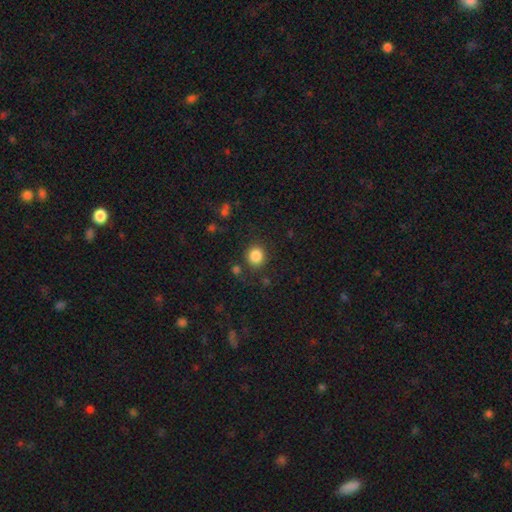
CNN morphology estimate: smooth 85%, star or artifact 11%, featured or disk 4%. Down the decision tree: how rounded — round (86%); merging — none (84%).